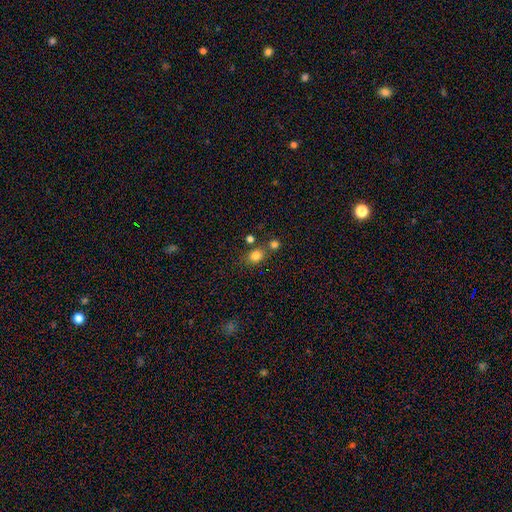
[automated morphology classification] The model was most divided on "how rounded": round: 57%, in between: 41%, cigar-shaped: 1%. More confident: smooth or featured — smooth (80%); merging — none (65%).